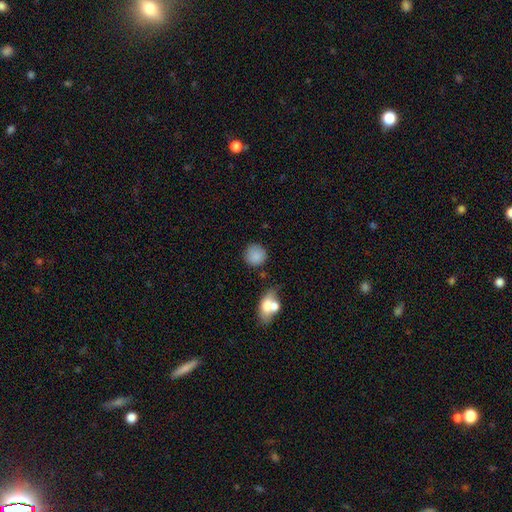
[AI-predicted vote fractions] Overall: smooth (85%). How rounded: round (89%). Merging: none (75%).